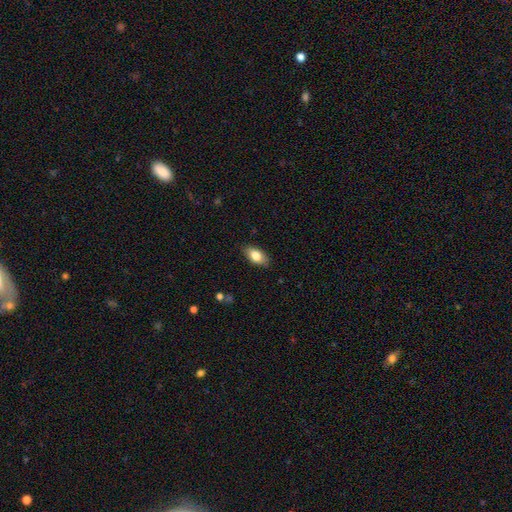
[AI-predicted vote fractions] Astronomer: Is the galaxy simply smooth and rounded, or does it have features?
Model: smooth — 81%.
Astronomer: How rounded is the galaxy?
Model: in between — 91%.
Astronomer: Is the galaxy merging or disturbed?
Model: none — 84%.